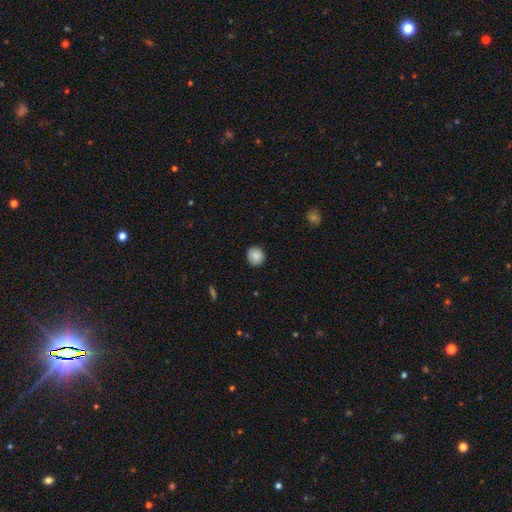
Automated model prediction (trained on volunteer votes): A smooth galaxy with no disk features (87%) that is round (92%). Merging: none (89%).